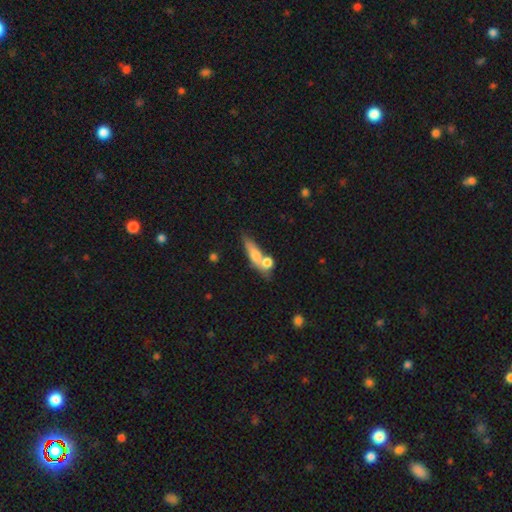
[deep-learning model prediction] A smooth galaxy with no disk features (61%) that is cigar-shaped (52%).

Vote fractions:
- Smooth or featured? smooth: 61% / featured or disk: 31% / star or artifact: 8%
- How rounded? cigar-shaped: 52% / in between: 38% / round: 10%
- Merging? merger: 44% / none: 36% / minor disturbance: 13% / major disturbance: 8%